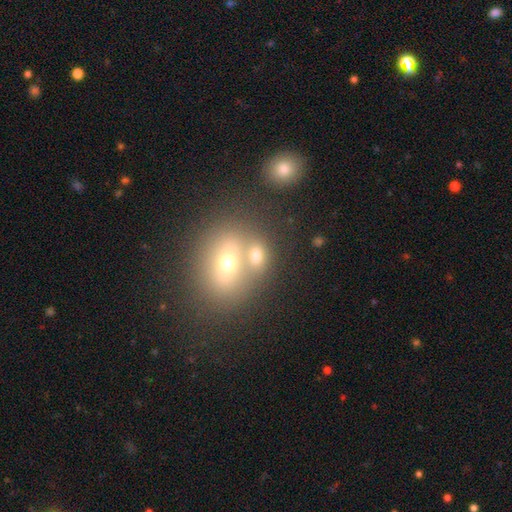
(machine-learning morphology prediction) smooth-or-featured: smooth: 66% | featured or disk: 17% | star or artifact: 16%
  how-rounded: in between: 55% | round: 43% | cigar-shaped: 2%
  merging: merger: 43% (tied) | none: 43% (tied) | minor disturbance: 9% | major disturbance: 5%